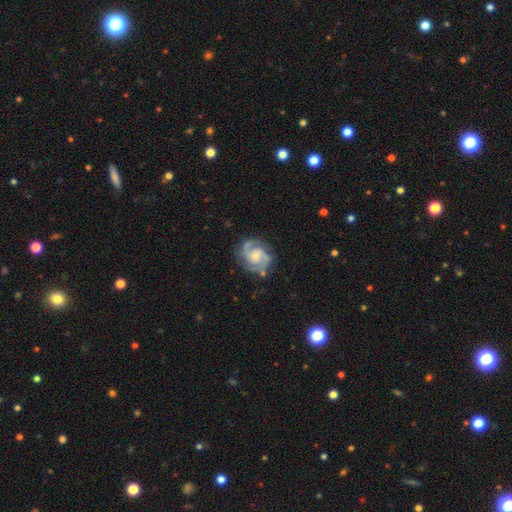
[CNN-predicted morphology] This appears to be a featured or disk galaxy (91%) with no bar (58%), 2 (87%) medium (50%) spiral arms (98%) and a small central bulge (47%). Merging: none (78%).